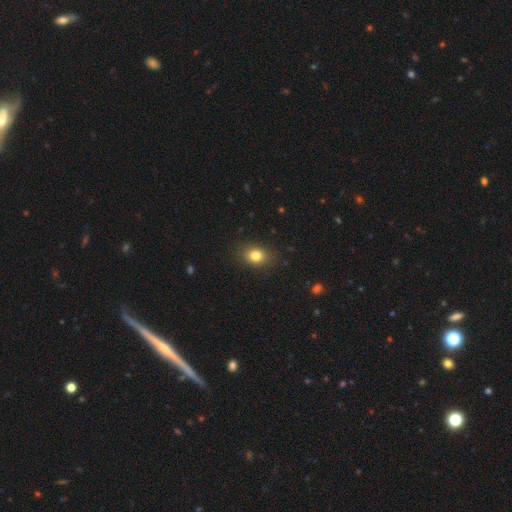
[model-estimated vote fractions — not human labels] This is clearly a smooth galaxy (81%). How rounded: possibly in between (60%). Merging: clearly none (85%).